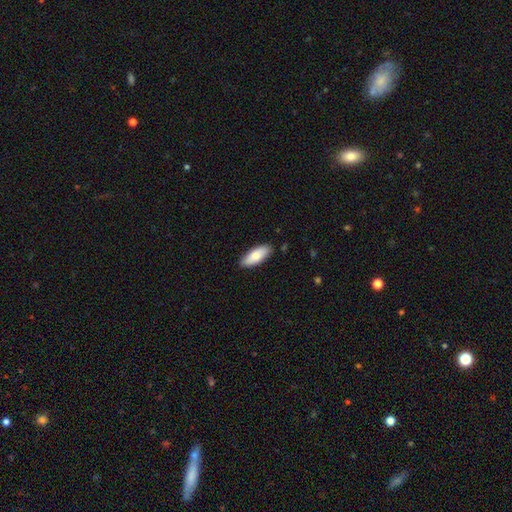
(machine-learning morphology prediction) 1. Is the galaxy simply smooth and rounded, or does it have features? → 79% smooth, 16% featured or disk, 5% star or artifact.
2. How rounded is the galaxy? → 77% in between, 21% cigar-shaped, 2% round.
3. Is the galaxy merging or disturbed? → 87% none, 10% minor disturbance, 2% major disturbance, 1% merger.